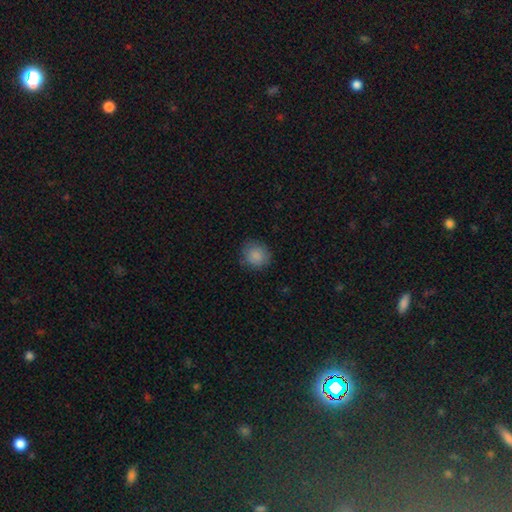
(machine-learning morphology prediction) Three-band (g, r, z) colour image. It shows a smooth galaxy with no disk features (87%) that is round (84%). Merging: none (83%).